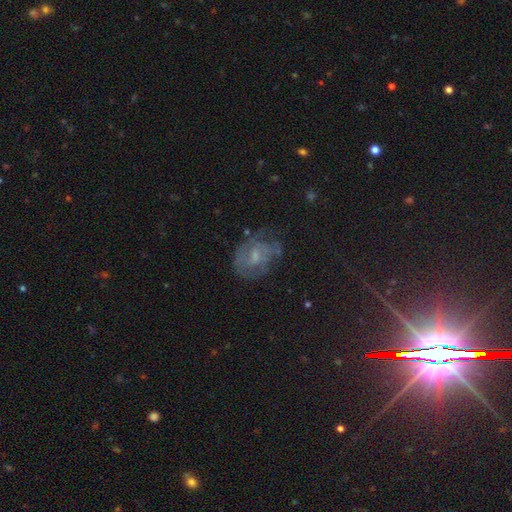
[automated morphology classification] Smooth or featured?
  - featured or disk: 57% *
  - smooth: 27%
  - star or artifact: 16%
Edge-on disk?
  - no: 97% *
  - yes: 3%
Bar?
  - no: 50% *
  - weak: 42%
  - strong: 8%
Spiral arms?
  - yes: 65% *
  - no: 35%
Bulge size?
  - small: 46% *
  - moderate: 37%
  - none: 14%
  - large: 2%
  - dominant: 1%
Merging?
  - none: 55% *
  - minor disturbance: 25%
  - major disturbance: 18%
  - merger: 3%